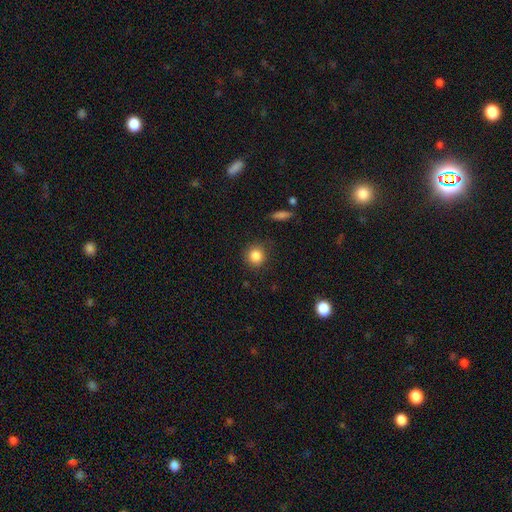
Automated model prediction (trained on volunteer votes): This appears to be a smooth galaxy with no disk features (86%) that is round (90%). Merging: none (86%).